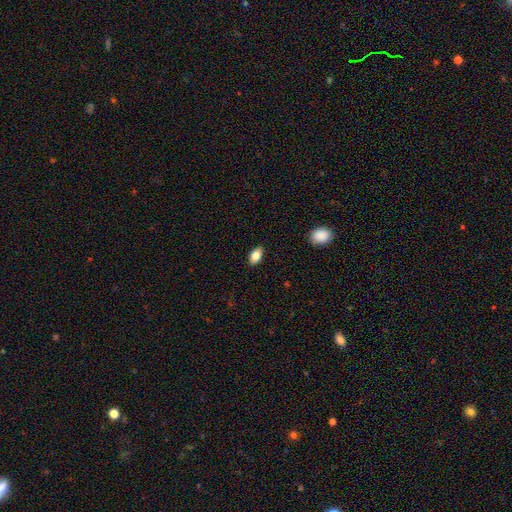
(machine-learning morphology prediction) Smooth or featured? smooth (83%)
How rounded? in between (90%)
Merging? none (88%)